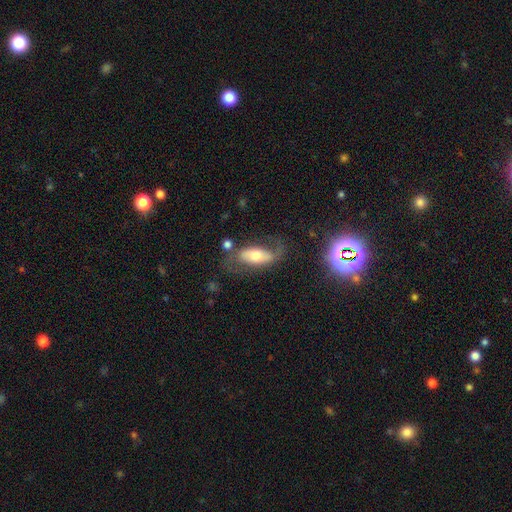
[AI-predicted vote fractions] Smooth or featured? featured or disk (55%)
Edge-on disk? no (83%)
Merging? none (52%)